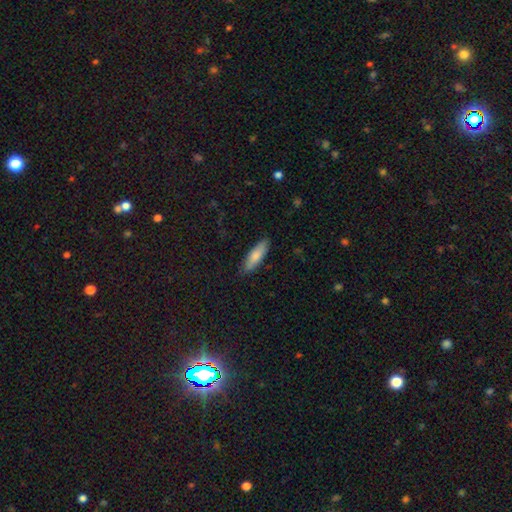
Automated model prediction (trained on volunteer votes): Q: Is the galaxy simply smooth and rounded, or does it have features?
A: smooth — 79%.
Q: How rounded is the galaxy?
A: cigar-shaped — 54%.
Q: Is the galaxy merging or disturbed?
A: none — 86%.